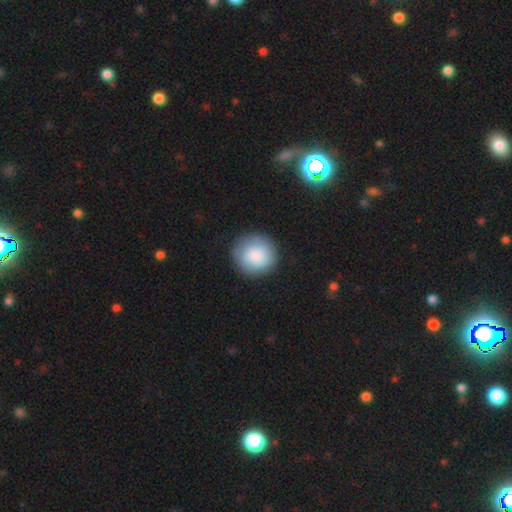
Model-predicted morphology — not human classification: Smooth or featured? Predicted: smooth (p=0.86). How rounded? Predicted: round (p=0.93). Merging? Predicted: none (p=0.85).